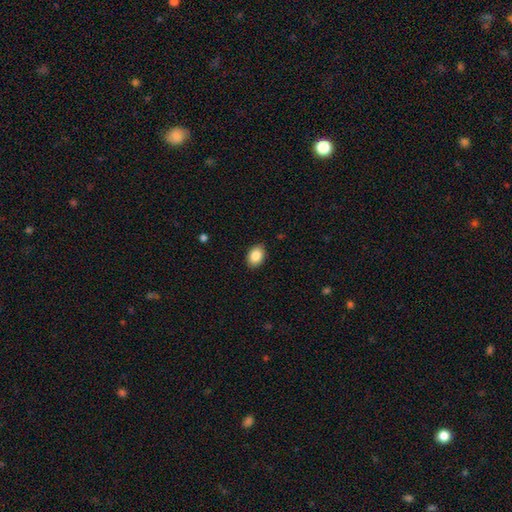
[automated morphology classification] Smooth or featured: smooth — 87% (star or artifact — 8%)
How rounded: in between — 81% (round — 18%)
Merging: none — 88% (minor disturbance — 9%)